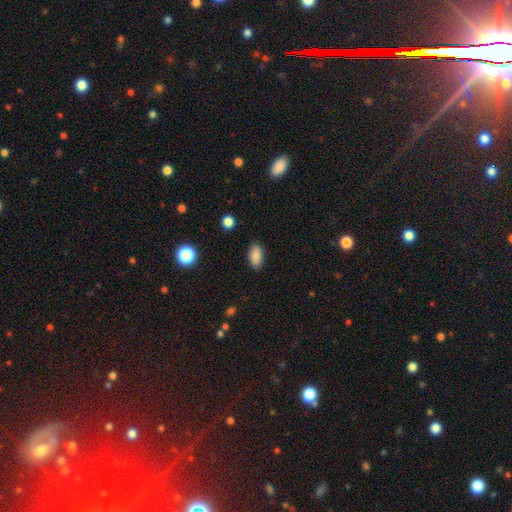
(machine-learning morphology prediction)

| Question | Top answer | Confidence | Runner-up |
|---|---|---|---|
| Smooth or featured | smooth | 86% | star or artifact (8%) |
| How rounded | in between | 91% | cigar-shaped (5%) |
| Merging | none | 88% | minor disturbance (9%) |